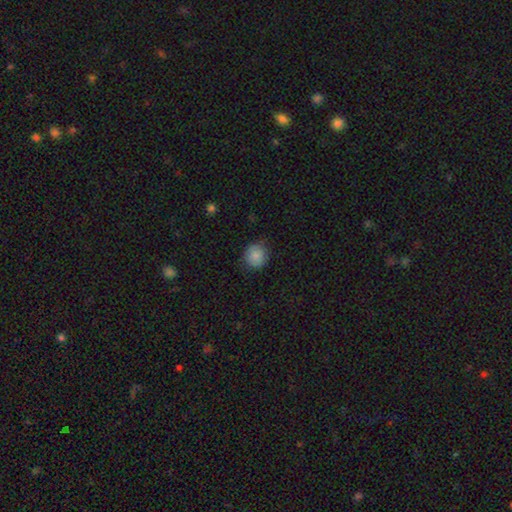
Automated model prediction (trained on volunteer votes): Smooth or featured: smooth — 85% (star or artifact — 8%)
How rounded: round — 89% (in between — 10%)
Merging: none — 81% (minor disturbance — 15%)